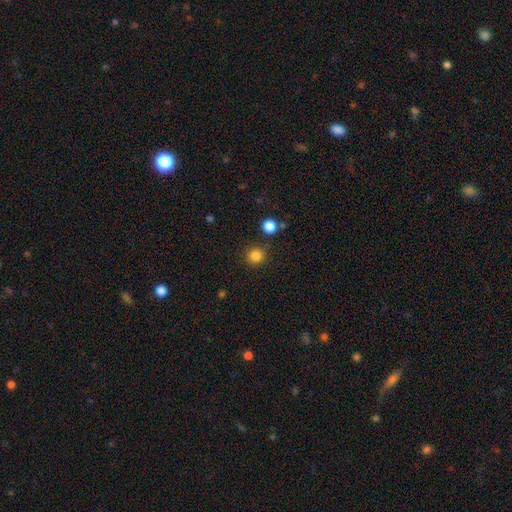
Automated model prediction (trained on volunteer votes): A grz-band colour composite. It shows a smooth galaxy with no disk features (84%) that is round (93%). Merging: none (87%).